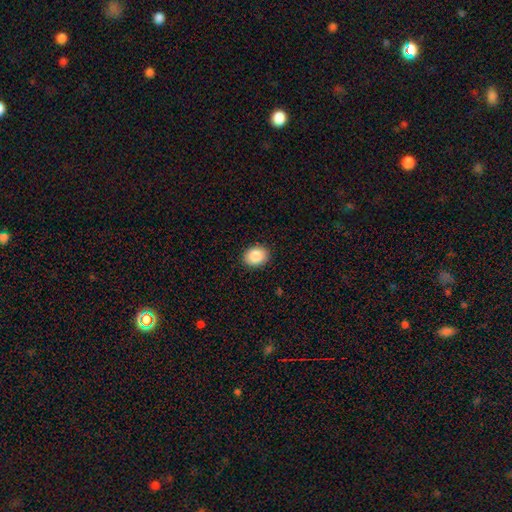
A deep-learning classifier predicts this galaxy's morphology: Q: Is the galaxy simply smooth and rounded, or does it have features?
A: smooth — 87%.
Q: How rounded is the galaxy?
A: in between — 52%.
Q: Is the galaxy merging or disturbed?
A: none — 90%.